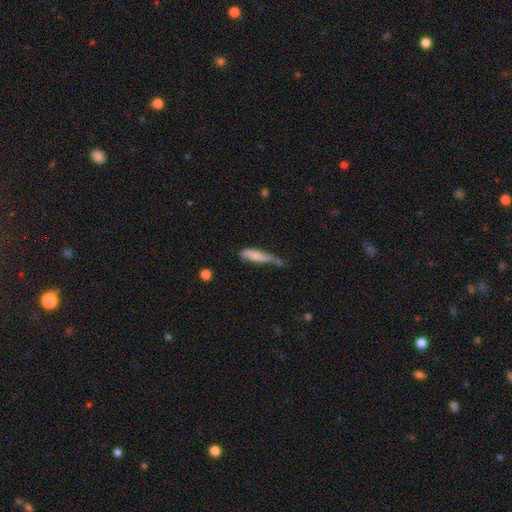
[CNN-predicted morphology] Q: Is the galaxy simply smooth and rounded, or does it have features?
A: smooth — 71%.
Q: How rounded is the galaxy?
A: cigar-shaped — 70%.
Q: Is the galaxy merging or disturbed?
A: minor disturbance — 37%.